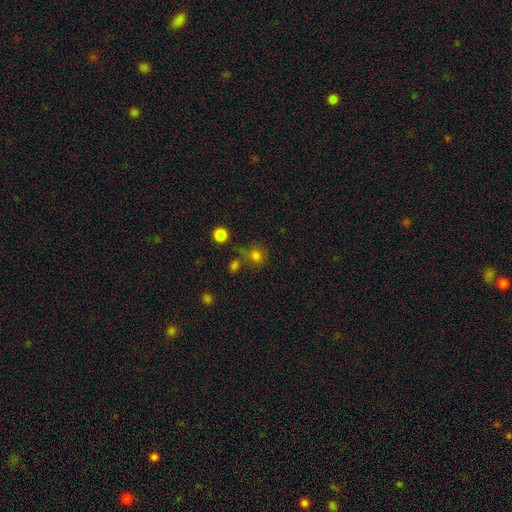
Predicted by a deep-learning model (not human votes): Smooth or featured? smooth (76%)
How rounded? round (82%)
Merging? none (60%)